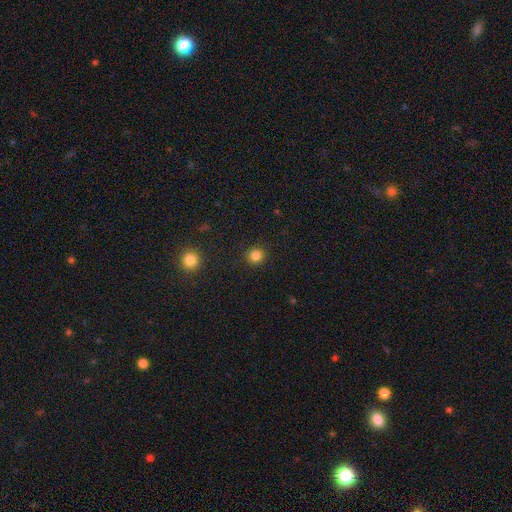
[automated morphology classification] type=smooth (83%); roundness=round (93%); merging=none (92%).